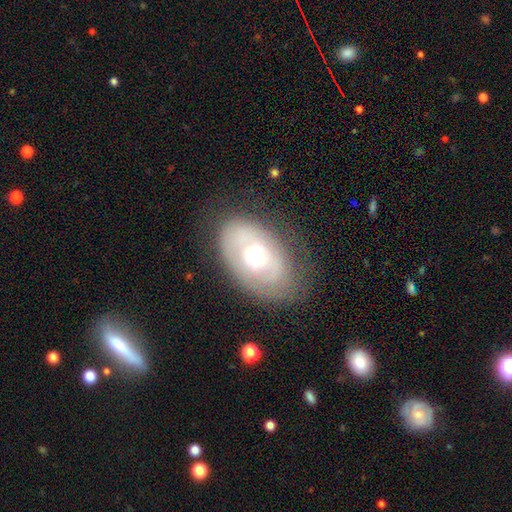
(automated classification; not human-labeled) This is possibly a featured or disk galaxy (58%). It is clearly not viewed edge-on (92%). Bar: likely no (79%). Spiral arm pattern: possibly no (58%). Central bulge: likely moderate (71%). Merging: likely none (69%).